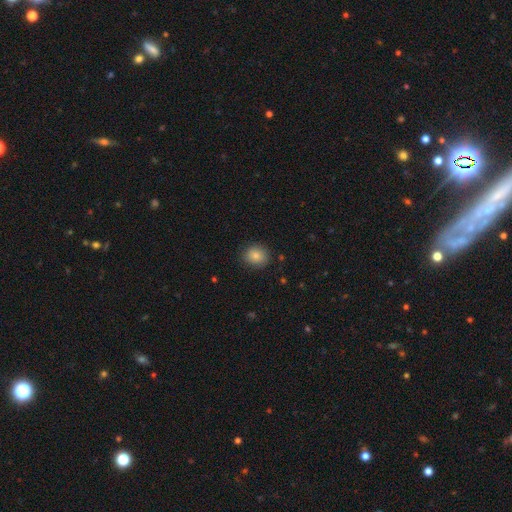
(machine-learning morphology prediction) Smooth or featured?
  - smooth: 82% *
  - star or artifact: 10%
  - featured or disk: 7%
How rounded?
  - round: 75% *
  - in between: 24%
  - cigar-shaped: 1%
Merging?
  - none: 87% *
  - minor disturbance: 9%
  - major disturbance: 3%
  - merger: 1%